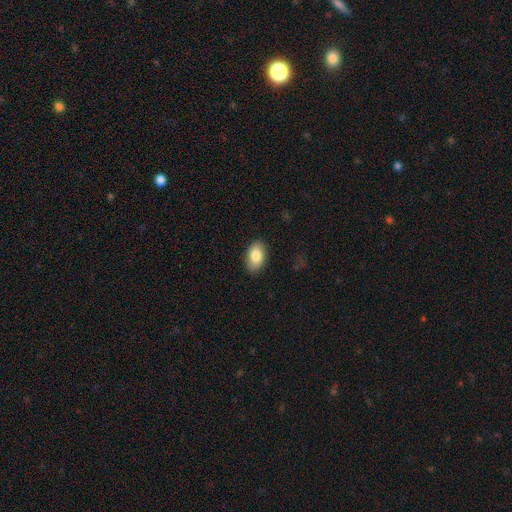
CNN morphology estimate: This appears to be a smooth galaxy with no disk features (84%) that is in between round and cigar-shaped (92%). Merging: none (86%).